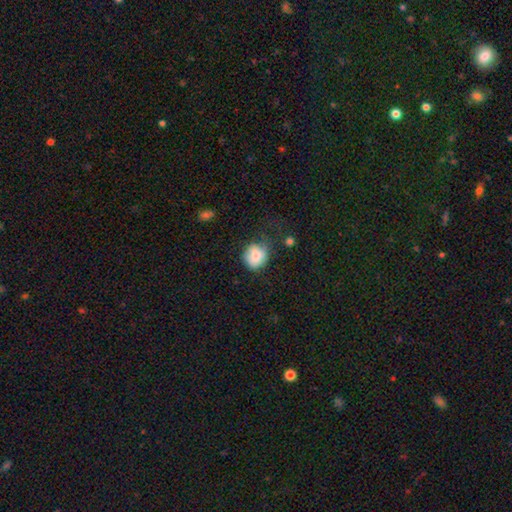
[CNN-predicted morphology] A smooth galaxy with no disk features (79%) that is round (75%). Merging: none (52%).